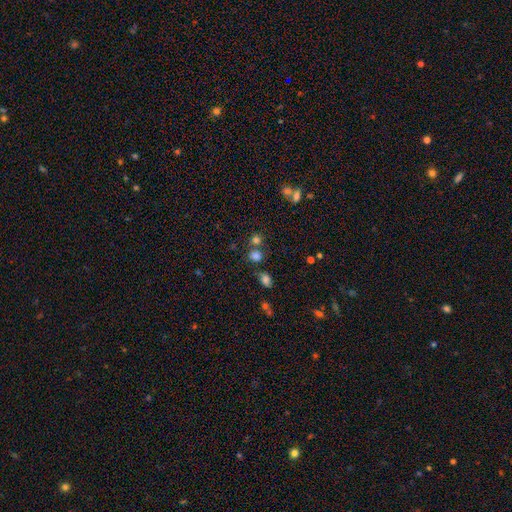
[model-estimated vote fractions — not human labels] This appears to be a smooth galaxy with no disk features (75%) that is round (71%). Merging: none (61%).